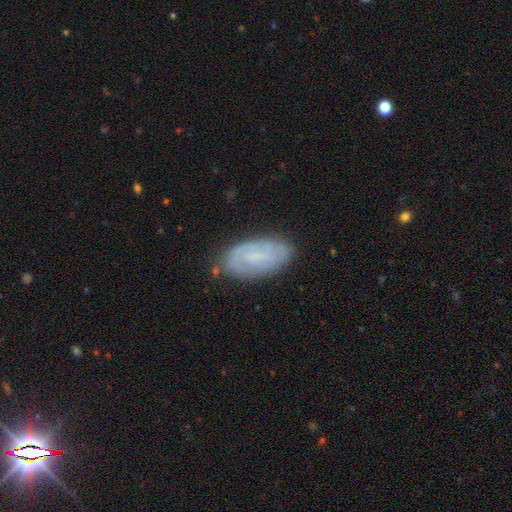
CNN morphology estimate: A featured or disk galaxy (56%) with a weak bar (48%), spiral arms (73%) and a small central bulge (46%). Merging: none (78%).